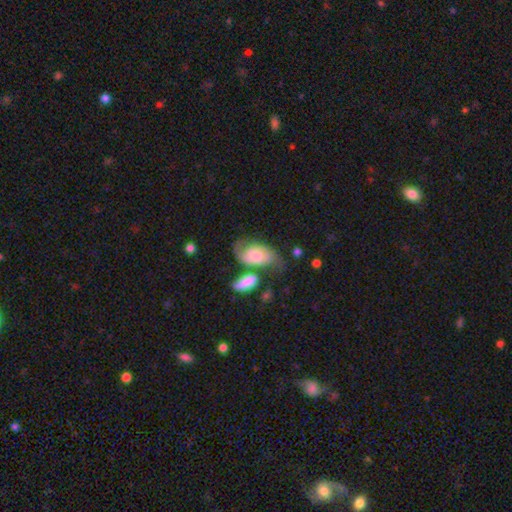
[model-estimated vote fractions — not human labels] A featured or disk galaxy (57%) with no bar (66%), spiral arms (86%) and a moderate central bulge (32%). Merging: none (42%).